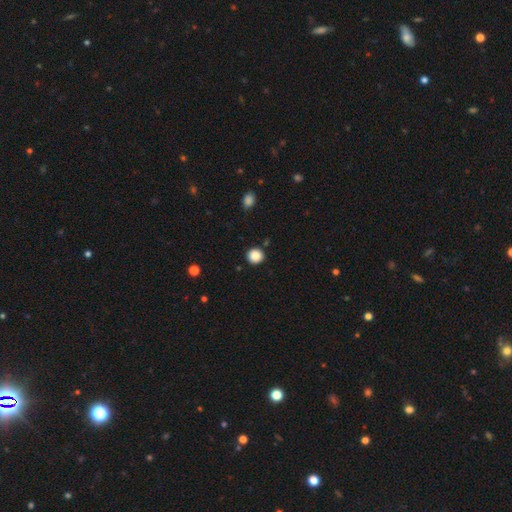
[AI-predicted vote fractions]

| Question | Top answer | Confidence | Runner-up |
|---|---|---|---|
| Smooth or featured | smooth | 87% | star or artifact (10%) |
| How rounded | round | 93% | in between (6%) |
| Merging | none | 91% | minor disturbance (5%) |